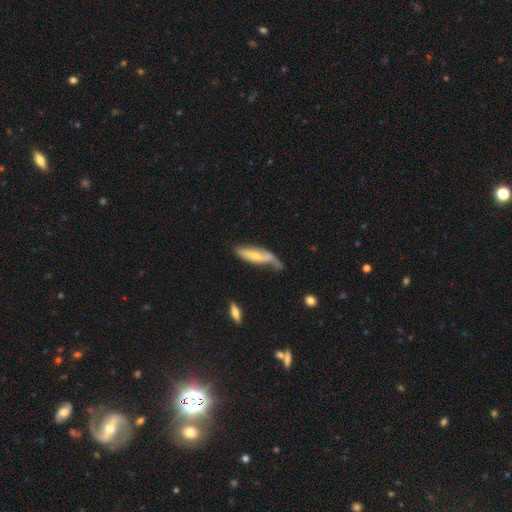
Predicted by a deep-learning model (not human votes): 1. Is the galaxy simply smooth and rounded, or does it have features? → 48% smooth, 47% featured or disk, 6% star or artifact.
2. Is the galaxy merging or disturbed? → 34% minor disturbance, 29% none, 27% major disturbance, 10% merger.